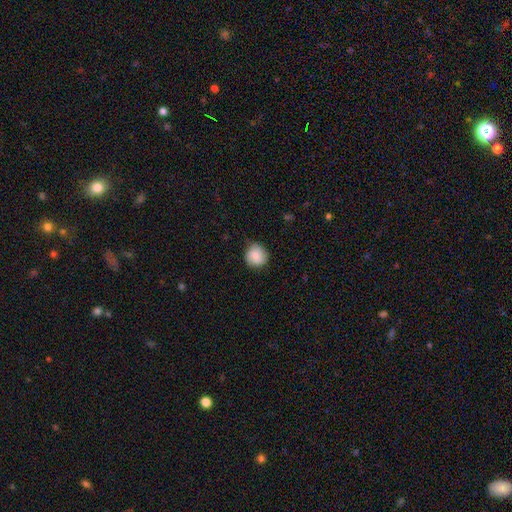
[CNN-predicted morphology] smooth 81%, featured or disk 12%, star or artifact 7%. Down the decision tree: how rounded — round (91%); merging — none (79%).